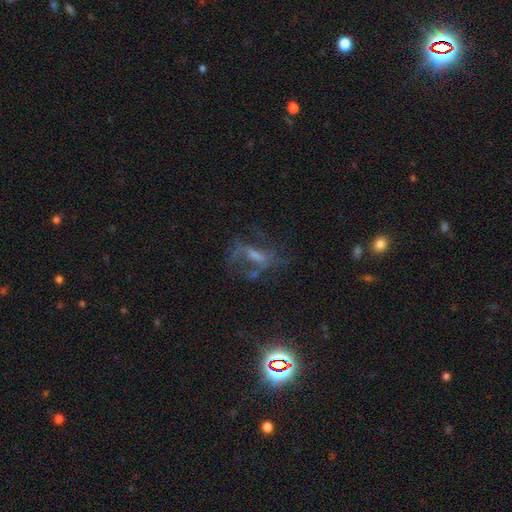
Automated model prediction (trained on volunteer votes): This appears to be a featured or disk galaxy (55%). Merging: none (43%).